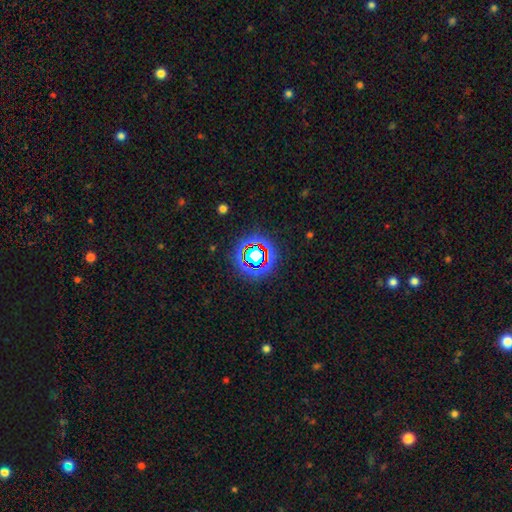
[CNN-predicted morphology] smooth-or-featured: star or artifact: 68% | smooth: 19% | featured or disk: 13%